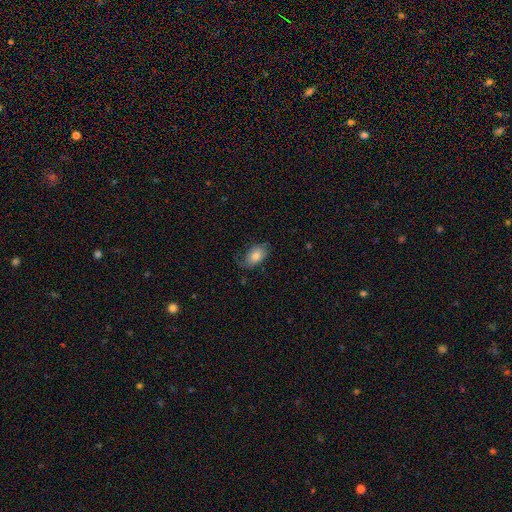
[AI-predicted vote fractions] Smooth or featured? Predicted: smooth (p=0.75). How rounded? Predicted: in between (p=0.90). Merging? Predicted: none (p=0.65).